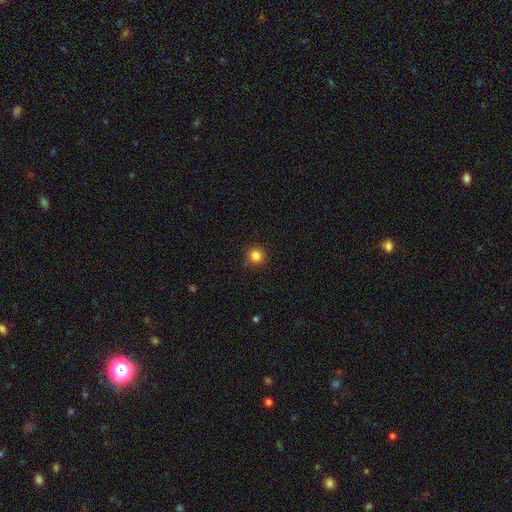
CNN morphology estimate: smooth_or_featured: smooth (p=0.84) [alt: star or artifact p=0.12]
how_rounded: round (p=0.94) [alt: in between p=0.05]
merging: none (p=0.90) [alt: minor disturbance p=0.06]